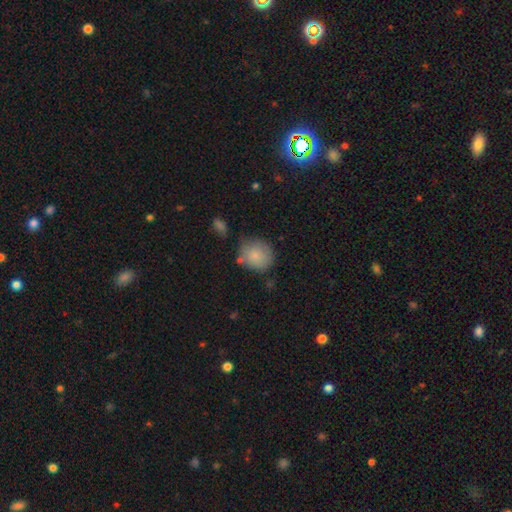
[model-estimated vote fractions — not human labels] This is clearly a smooth galaxy (83%). How rounded: likely round (74%). Merging: likely none (68%).